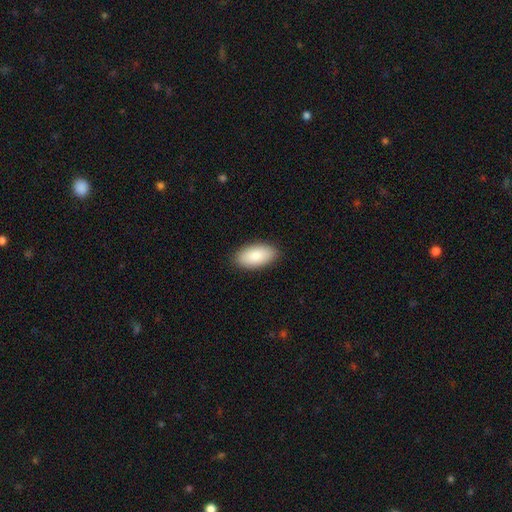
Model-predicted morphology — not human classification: A smooth galaxy with no disk features (88%) that is in between round and cigar-shaped (94%). Merging: none (89%).